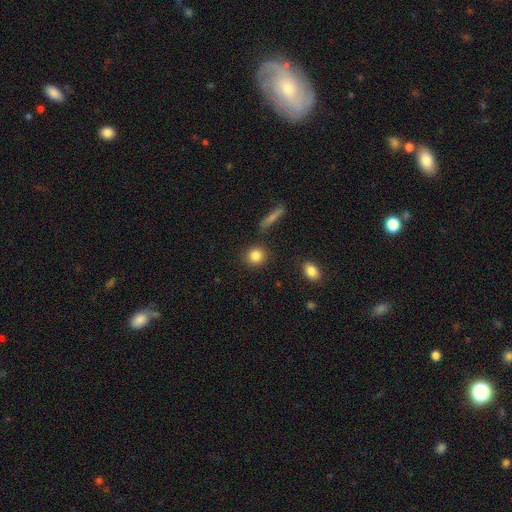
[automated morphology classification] This appears to be a smooth galaxy with no disk features (85%) that is round (86%). Merging: none (87%).